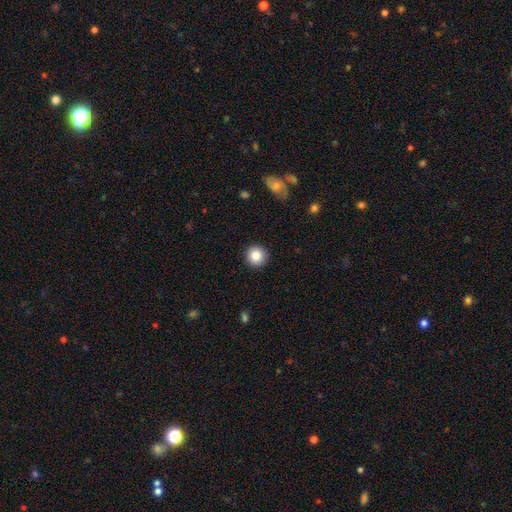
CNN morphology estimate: type=smooth (86%); roundness=round (95%); merging=none (92%).